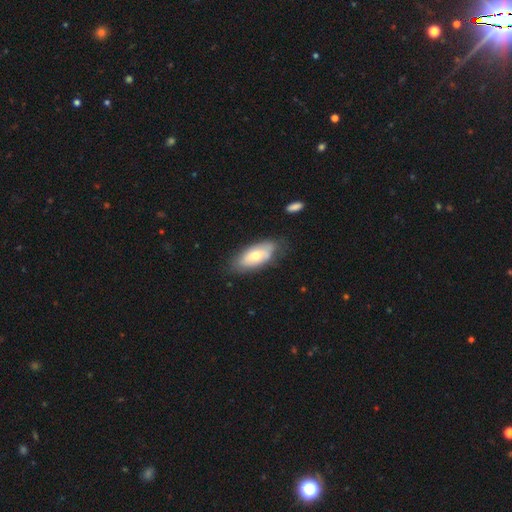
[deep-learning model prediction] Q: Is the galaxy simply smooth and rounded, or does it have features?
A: smooth — 59%.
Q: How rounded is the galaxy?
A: in between — 87%.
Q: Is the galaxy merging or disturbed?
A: none — 67%.